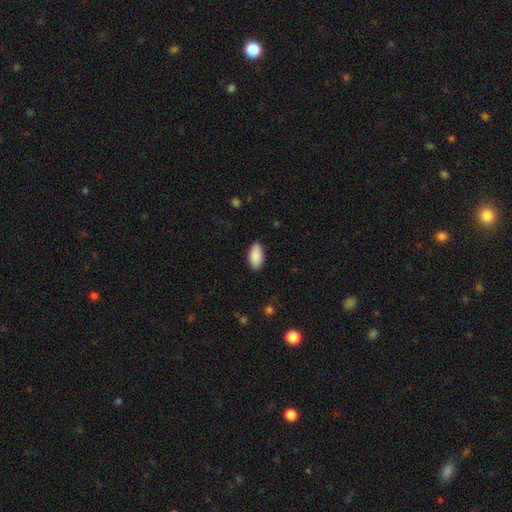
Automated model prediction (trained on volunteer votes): This is clearly a smooth galaxy (90%). How rounded: clearly in between (94%). Merging: clearly none (87%).